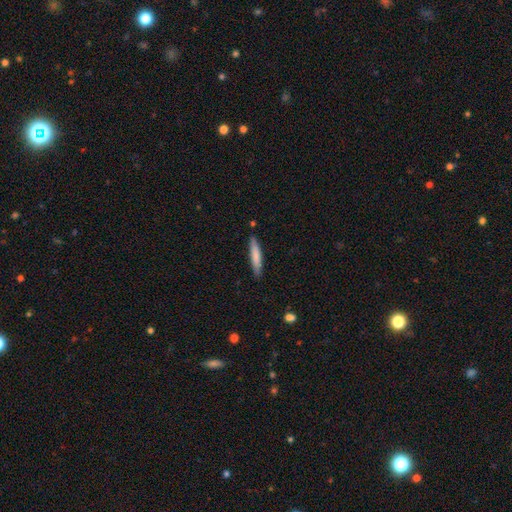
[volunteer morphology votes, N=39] This appears to be a smooth galaxy with no disk features (82%) that is cigar-shaped (94%). Merging: none (92%).